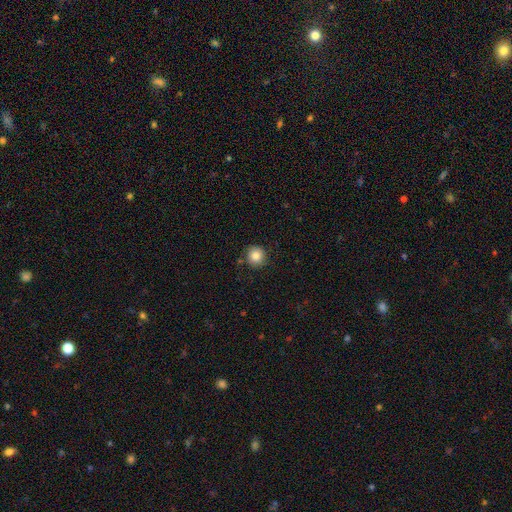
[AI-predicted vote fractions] Q: Smooth or featured?
A: smooth (84%); runner-up: star or artifact (10%)
Q: How rounded?
A: round (93%); runner-up: in between (6%)
Q: Merging?
A: none (85%); runner-up: minor disturbance (10%)